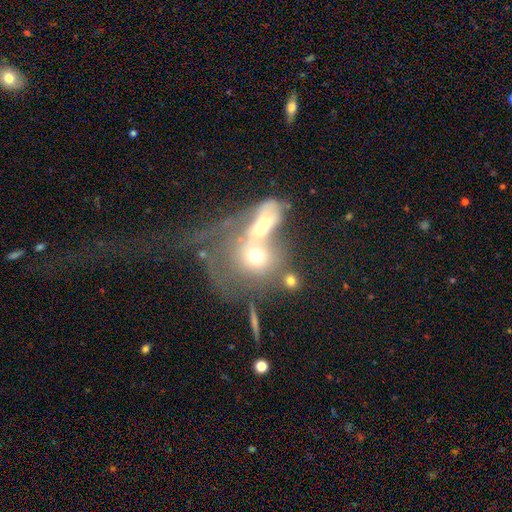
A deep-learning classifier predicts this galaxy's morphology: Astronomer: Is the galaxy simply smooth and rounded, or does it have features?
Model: smooth — 49% (runner-up: featured or disk, 36%).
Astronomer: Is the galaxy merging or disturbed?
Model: merger — 67%.